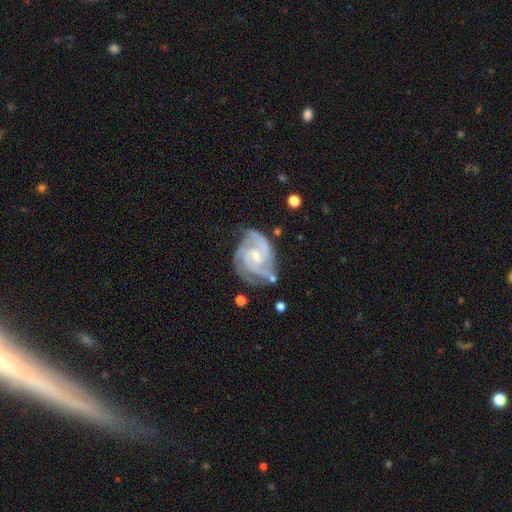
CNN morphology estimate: This appears to be a featured or disk galaxy (91%) with no bar (48%), 3 (50%) tight (59%) spiral arms (98%) and a small central bulge (58%). Merging: none (62%).